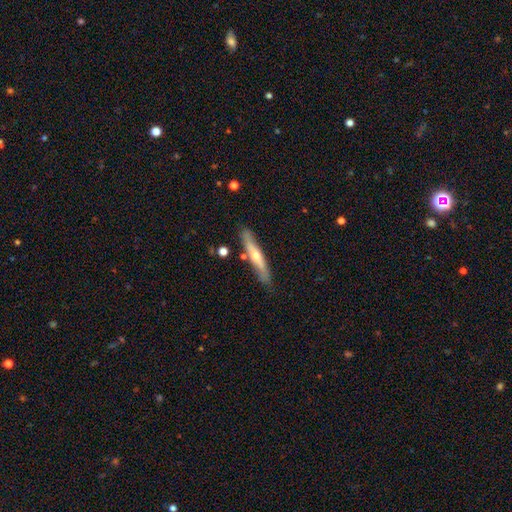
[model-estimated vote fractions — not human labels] Morphology: type=featured or disk (58%); edge-on=yes (86%); merging=none (81%).